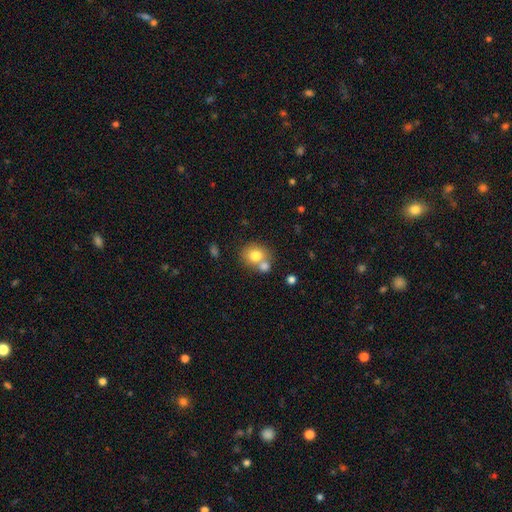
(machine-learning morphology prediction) smooth 77%, featured or disk 13%, star or artifact 10%. Down the decision tree: how rounded — round (73%); merging — none (47%).